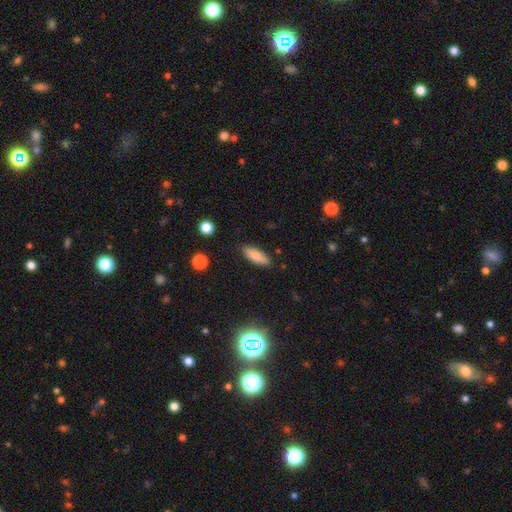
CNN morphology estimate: This is clearly a smooth galaxy (83%). How rounded: possibly in between (56%). Merging: clearly none (86%).